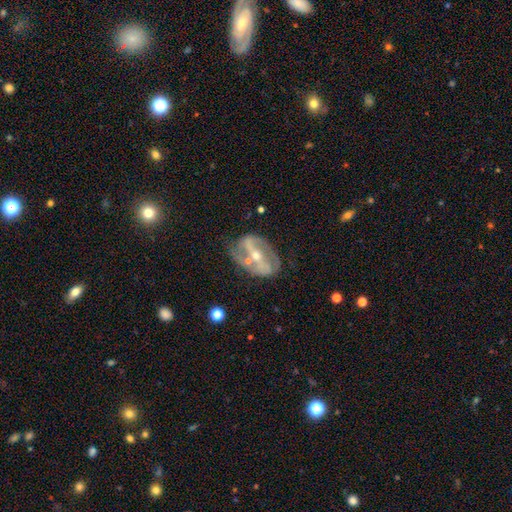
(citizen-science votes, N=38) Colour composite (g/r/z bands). It shows a featured or disk galaxy (74%) with a strong bar (60%), 2 (88%) medium (59%) spiral arms (68%) and a small central bulge (84%). Merging: none (53%).